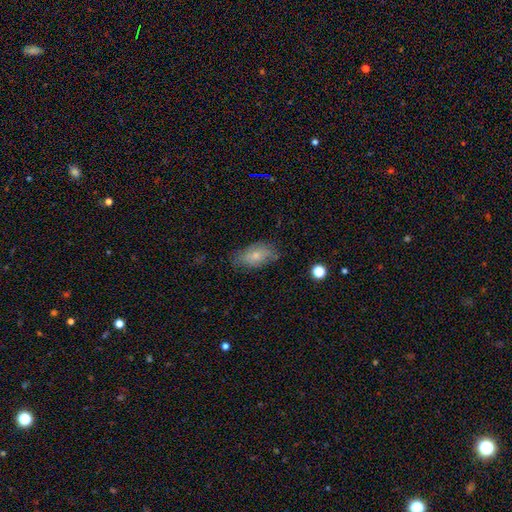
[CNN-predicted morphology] smooth-or-featured: smooth: 68% | featured or disk: 23% | star or artifact: 8%
  how-rounded: in between: 90% | round: 5% | cigar-shaped: 5%
  merging: none: 67% | minor disturbance: 24% | major disturbance: 6% | merger: 2%